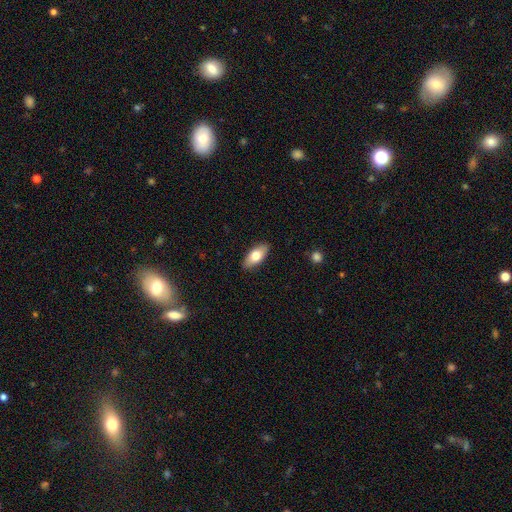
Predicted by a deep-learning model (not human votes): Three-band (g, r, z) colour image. It shows a smooth galaxy with no disk features (74%) that is in between round and cigar-shaped (87%). Merging: none (89%).